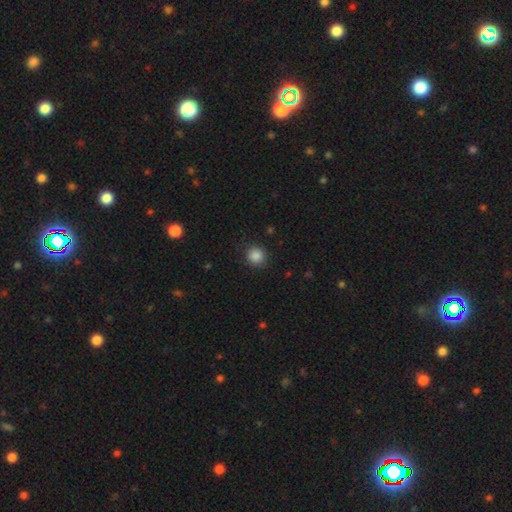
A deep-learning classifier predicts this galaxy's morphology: Smooth or featured?
  - smooth: 87% *
  - star or artifact: 10%
  - featured or disk: 3%
How rounded?
  - round: 89% *
  - in between: 10%
  - cigar-shaped: 1%
Merging?
  - none: 88% *
  - minor disturbance: 8%
  - major disturbance: 2%
  - merger: 1%